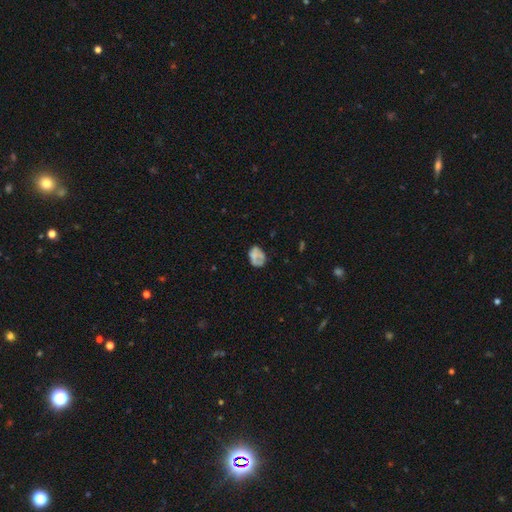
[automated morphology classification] Smooth or featured: smooth — 61% (featured or disk — 29%)
How rounded: in between — 69% (round — 30%)
Merging: none — 48% (minor disturbance — 29%)